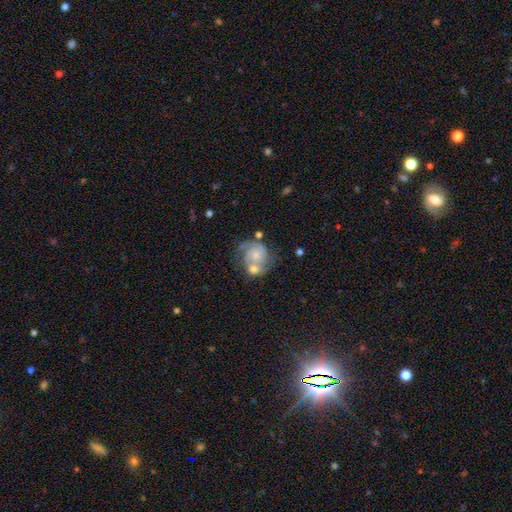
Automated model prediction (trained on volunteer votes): featured or disk 77%, smooth 17%, star or artifact 6%. Down the decision tree: edge-on disk — no (98%); bar — no (74%); spiral arms — yes (93%); spiral arm count — 2 (74%); spiral winding — medium (43%); bulge size — small (48%); merging — merger (39%).